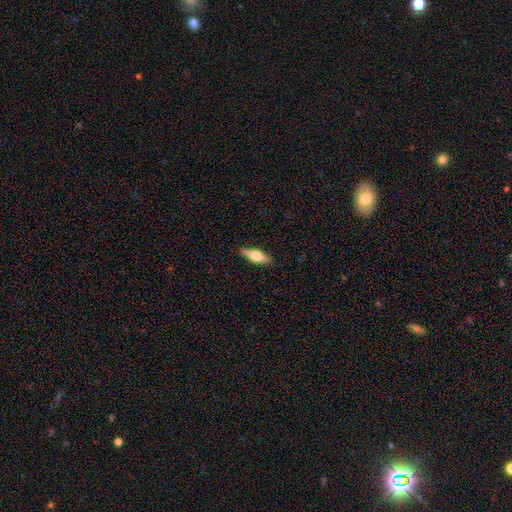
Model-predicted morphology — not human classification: A featured or disk galaxy (53%) viewed edge-on (94%). Merging: none (90%).